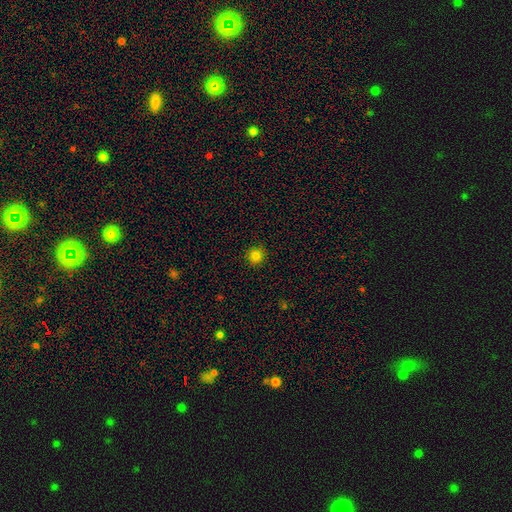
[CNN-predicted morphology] smooth-or-featured: smooth: 81% | star or artifact: 14% | featured or disk: 5%
  how-rounded: round: 94% | in between: 5% | cigar-shaped: 1%
  merging: none: 92% | minor disturbance: 6% | major disturbance: 2% | merger: 1%